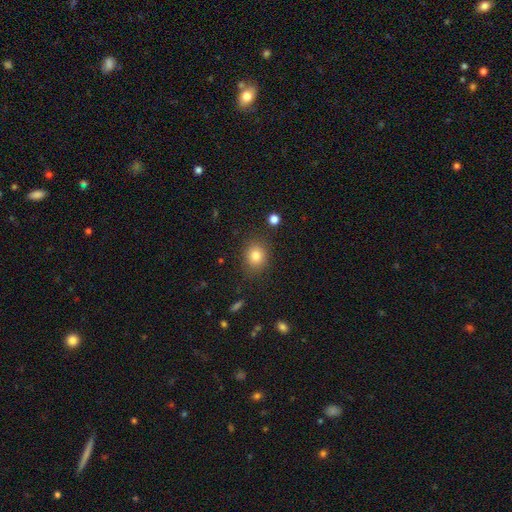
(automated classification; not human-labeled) Smooth or featured?
  - smooth: 82% *
  - star or artifact: 11%
  - featured or disk: 7%
How rounded?
  - round: 72% *
  - in between: 27%
  - cigar-shaped: 1%
Merging?
  - none: 85% *
  - minor disturbance: 10%
  - major disturbance: 3%
  - merger: 2%